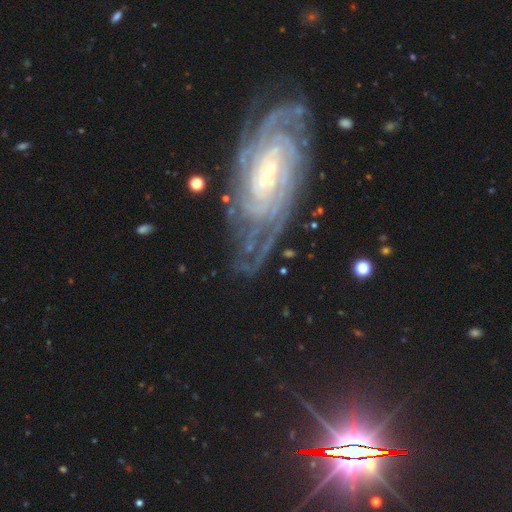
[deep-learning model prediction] Smooth or featured: featured or disk — 87% (star or artifact — 8%)
Edge-on disk: no — 95% (yes — 5%)
Bar: no — 40% (weak — 38%)
Spiral arms: yes — 98% (no — 2%)
Spiral winding: tight — 80% (medium — 17%)
Spiral arm count: can't tell — 27% (more than 4 — 21%)
Bulge size: small — 67% (moderate — 26%)
Merging: none — 76% (minor disturbance — 15%)